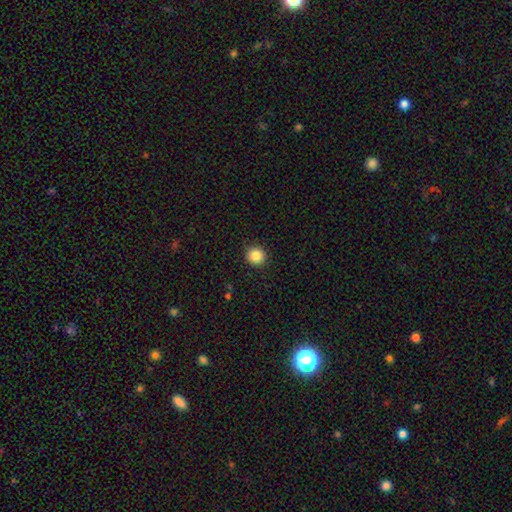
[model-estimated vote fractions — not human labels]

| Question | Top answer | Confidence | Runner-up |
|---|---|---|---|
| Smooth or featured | smooth | 86% | star or artifact (10%) |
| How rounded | round | 92% | in between (7%) |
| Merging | none | 91% | minor disturbance (6%) |